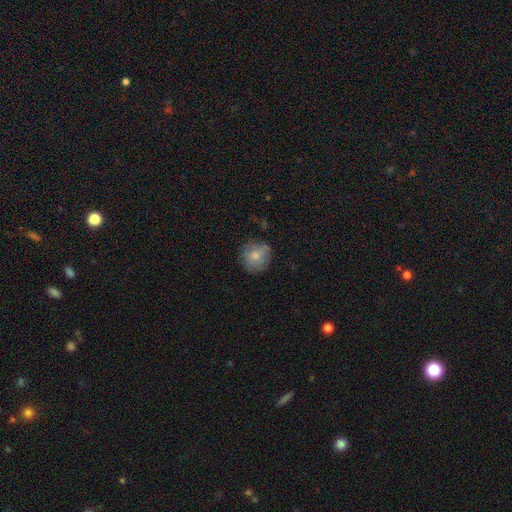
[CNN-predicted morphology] Overall: smooth (72%). How rounded: round (89%). Merging: none (73%).